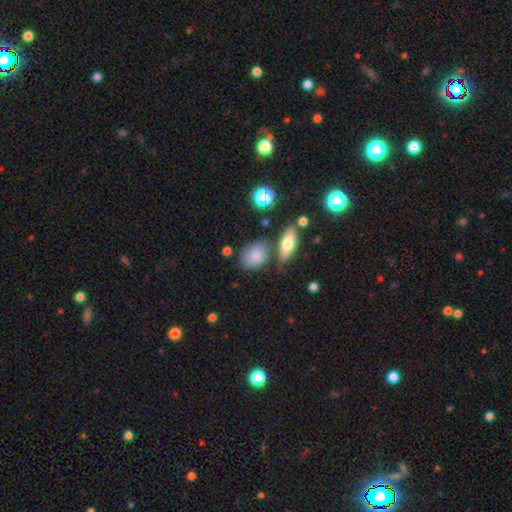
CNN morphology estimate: Smooth or featured? smooth (82%)
How rounded? in between (70%)
Merging? none (62%)